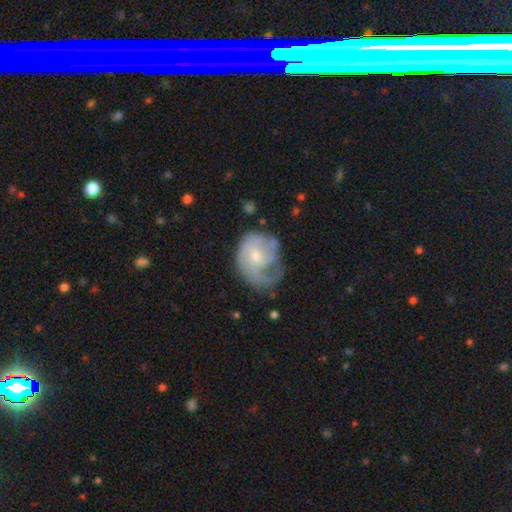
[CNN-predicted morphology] The model was most divided on "spiral arm count": 1: 32%, can't tell: 30%, 2: 20%, 3: 11%, 4: 4%, more than 4: 3%. Remaining: edge-on disk — no (97%); spiral arms — yes (78%); bar — no (75%); smooth or featured — featured or disk (66%); bulge size — small (63%); merging — major disturbance (37%); spiral winding — medium (37%).